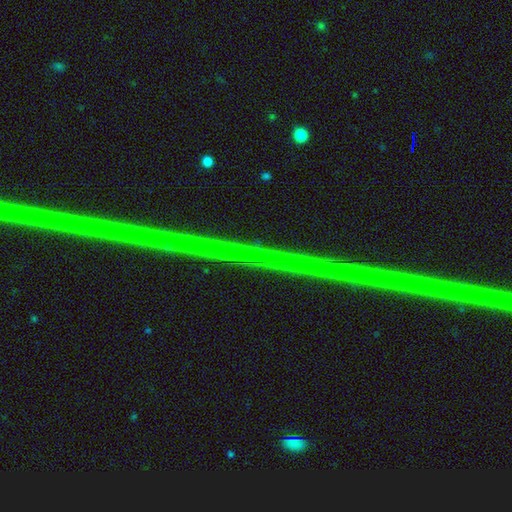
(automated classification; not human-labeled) star or artifact 86%, featured or disk 10%, smooth 4%.